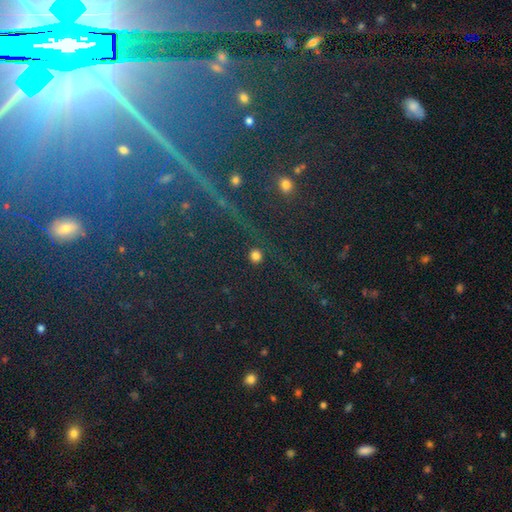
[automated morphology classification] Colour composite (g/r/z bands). It shows a smooth galaxy with no disk features (75%) that is round (92%). Merging: none (89%).